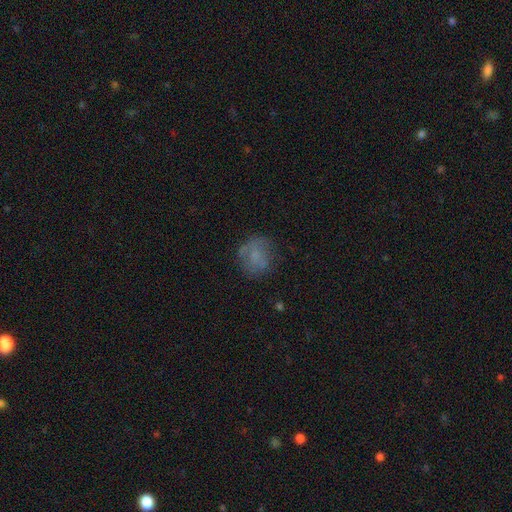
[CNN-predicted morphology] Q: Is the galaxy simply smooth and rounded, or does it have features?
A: smooth — 60%.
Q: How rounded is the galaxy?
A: round — 72%.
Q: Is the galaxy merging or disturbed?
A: none — 65%.